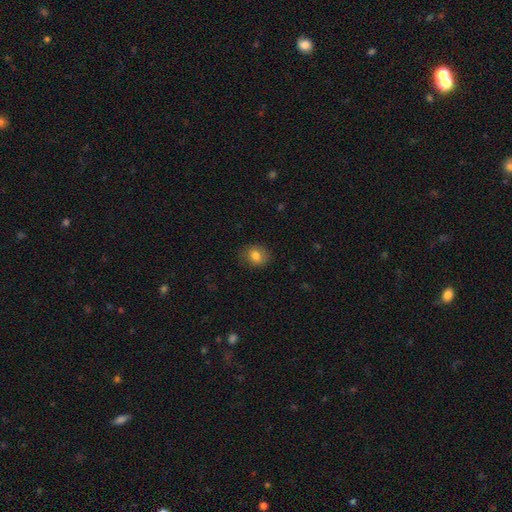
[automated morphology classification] This appears to be a smooth galaxy with no disk features (79%) that is round (58%). Merging: none (82%).